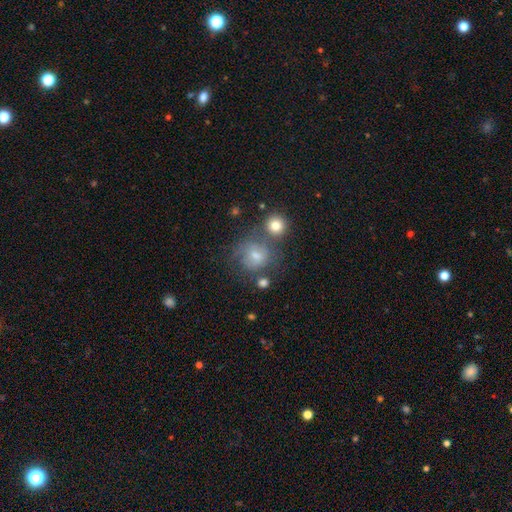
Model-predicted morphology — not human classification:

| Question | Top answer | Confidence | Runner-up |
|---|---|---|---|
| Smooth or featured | smooth | 50% | featured or disk (33%) |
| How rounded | round | 83% | in between (16%) |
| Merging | none | 55% | minor disturbance (18%) |